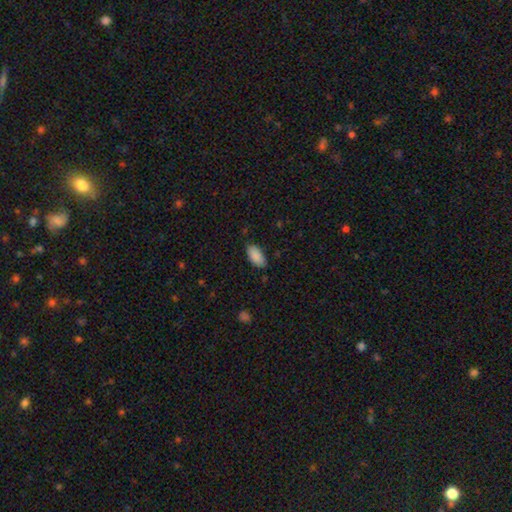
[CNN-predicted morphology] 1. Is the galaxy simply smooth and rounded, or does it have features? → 88% smooth, 6% star or artifact, 5% featured or disk.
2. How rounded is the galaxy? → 93% in between, 5% cigar-shaped, 2% round.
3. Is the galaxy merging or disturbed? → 80% none, 16% minor disturbance, 3% major disturbance, 1% merger.